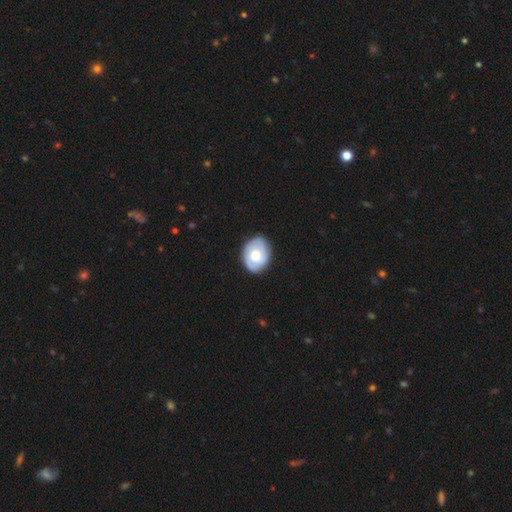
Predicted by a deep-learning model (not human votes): Smooth or featured? Predicted: featured or disk (p=0.56). Edge-on disk? Predicted: no (p=0.97). Bar? Predicted: no (p=0.72). Spiral arms? Predicted: yes (p=0.79). Bulge size? Predicted: moderate (p=0.64). Merging? Predicted: none (p=0.82).